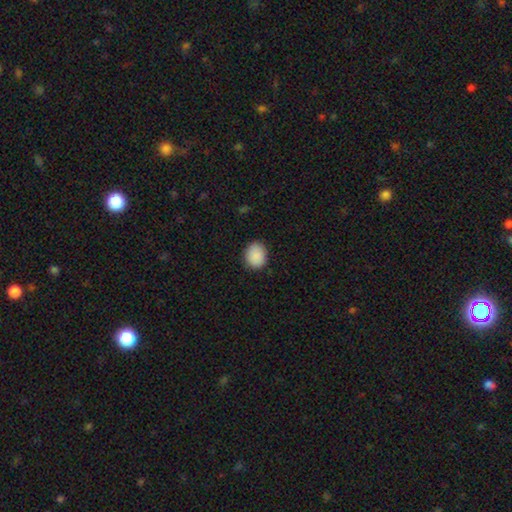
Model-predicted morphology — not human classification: A smooth galaxy with no disk features (89%) that is round (67%). Merging: none (85%).